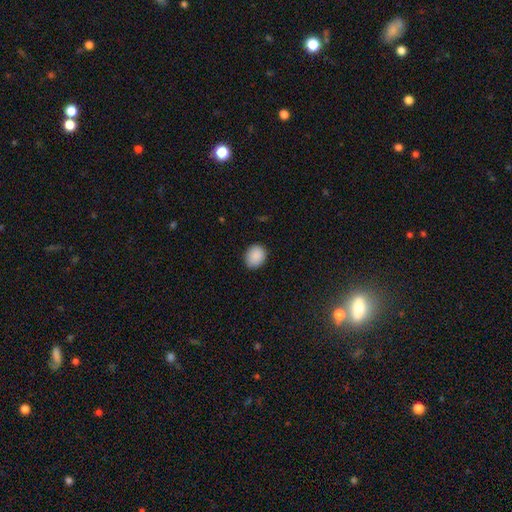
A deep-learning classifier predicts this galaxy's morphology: Smooth or featured?
  - smooth: 89% *
  - star or artifact: 8%
  - featured or disk: 3%
How rounded?
  - round: 56% *
  - in between: 43%
  - cigar-shaped: 1%
Merging?
  - none: 87% *
  - minor disturbance: 9%
  - major disturbance: 2%
  - merger: 1%